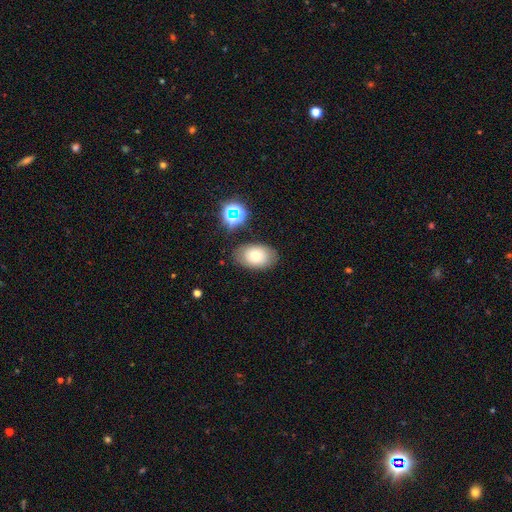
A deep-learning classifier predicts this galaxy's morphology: smooth_or_featured: smooth (p=0.79) [alt: featured or disk p=0.11]
how_rounded: in between (p=0.89) [alt: round p=0.10]
merging: none (p=0.81) [alt: minor disturbance p=0.13]